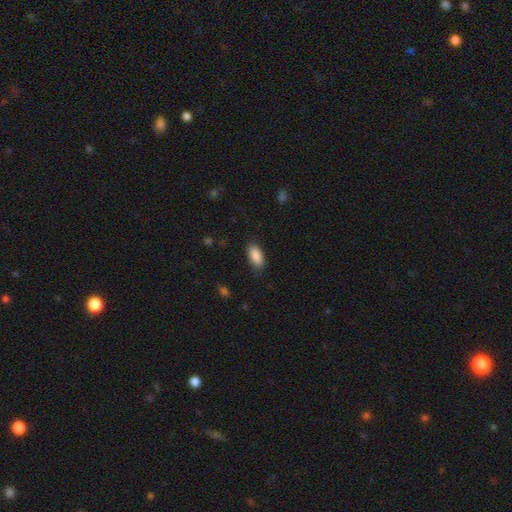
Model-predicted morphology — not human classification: Smooth or featured?
  - smooth: 89% *
  - star or artifact: 7%
  - featured or disk: 5%
How rounded?
  - in between: 91% *
  - cigar-shaped: 7%
  - round: 2%
Merging?
  - none: 83% *
  - minor disturbance: 13%
  - major disturbance: 3%
  - merger: 1%